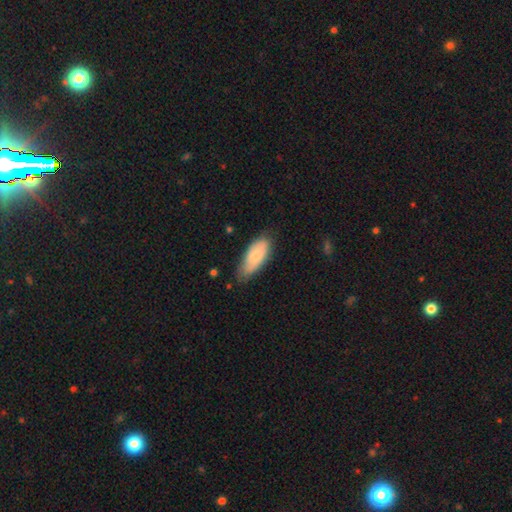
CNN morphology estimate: This appears to be a smooth galaxy with no disk features (79%) that is in between round and cigar-shaped (80%). Merging: none (62%).